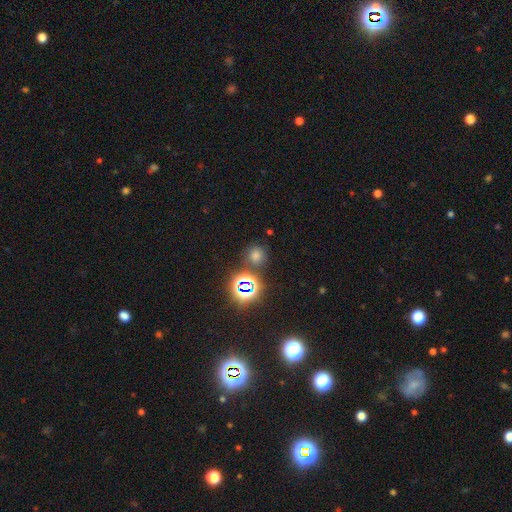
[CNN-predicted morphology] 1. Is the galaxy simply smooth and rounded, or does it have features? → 56% smooth, 37% star or artifact, 7% featured or disk.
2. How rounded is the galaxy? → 90% round, 9% in between, 1% cigar-shaped.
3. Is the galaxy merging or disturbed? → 80% none, 9% merger, 8% minor disturbance, 3% major disturbance.